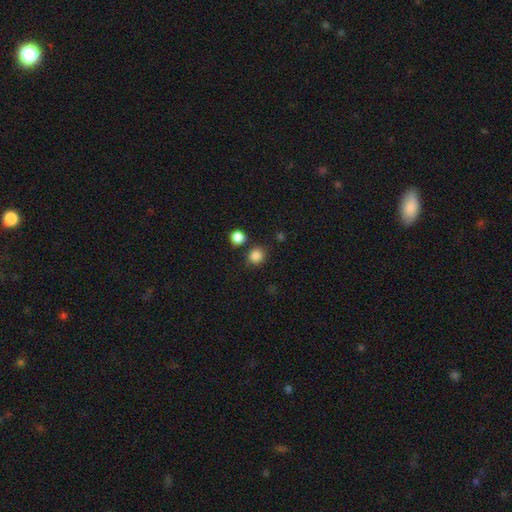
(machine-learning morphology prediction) Smooth or featured?
  - smooth: 85% *
  - star or artifact: 12%
  - featured or disk: 4%
How rounded?
  - round: 88% *
  - in between: 11%
  - cigar-shaped: 1%
Merging?
  - none: 79% *
  - minor disturbance: 10%
  - merger: 8%
  - major disturbance: 3%